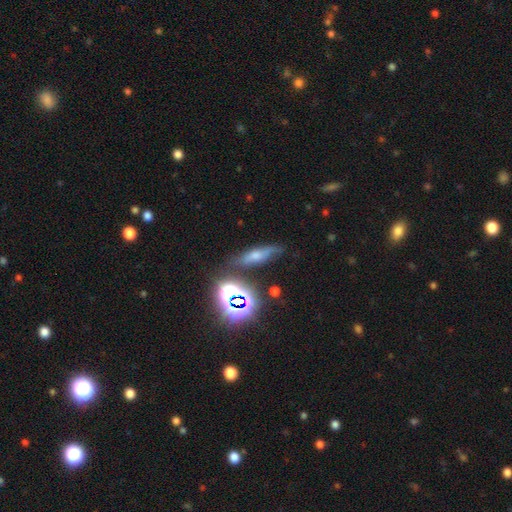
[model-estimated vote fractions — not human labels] Smooth or featured: smooth — 36% (featured or disk — 35%)
Merging: none — 73% (minor disturbance — 17%)